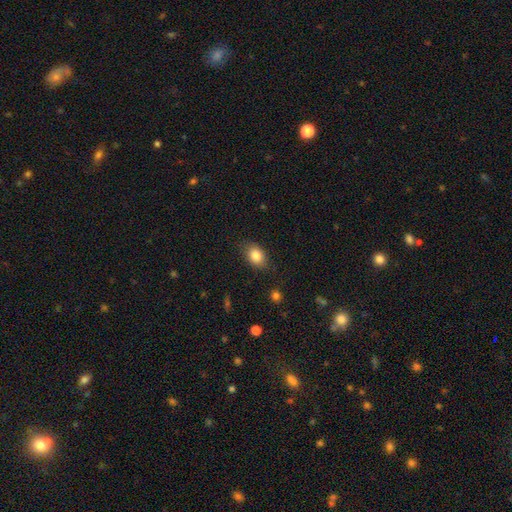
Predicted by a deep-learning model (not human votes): smooth 84%, star or artifact 8%, featured or disk 8%. Down the decision tree: how rounded — in between (78%); merging — none (80%).